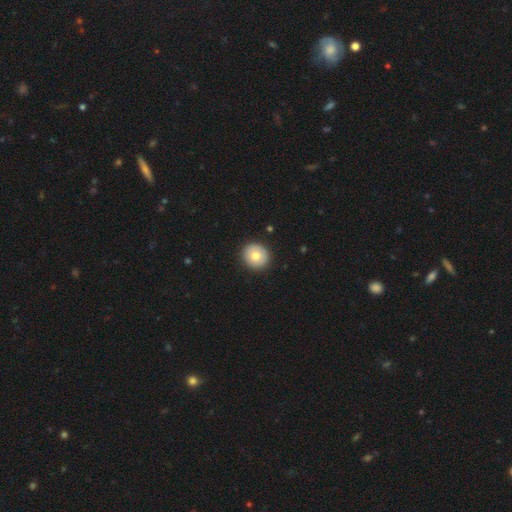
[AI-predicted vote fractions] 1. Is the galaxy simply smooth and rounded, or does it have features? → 77% smooth, 15% featured or disk, 8% star or artifact.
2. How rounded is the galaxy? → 89% round, 10% in between, 1% cigar-shaped.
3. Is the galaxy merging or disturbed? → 92% none, 6% minor disturbance, 2% major disturbance, 1% merger.